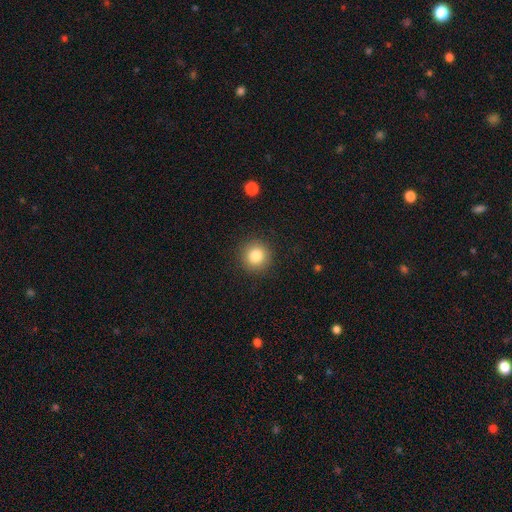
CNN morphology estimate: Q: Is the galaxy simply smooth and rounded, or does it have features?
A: smooth — 84%.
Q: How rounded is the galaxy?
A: round — 94%.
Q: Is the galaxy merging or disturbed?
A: none — 90%.